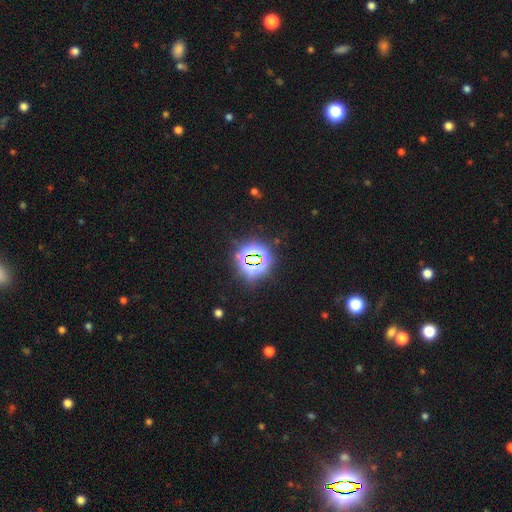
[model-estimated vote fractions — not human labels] Smooth or featured: star or artifact — 83% (smooth — 11%)